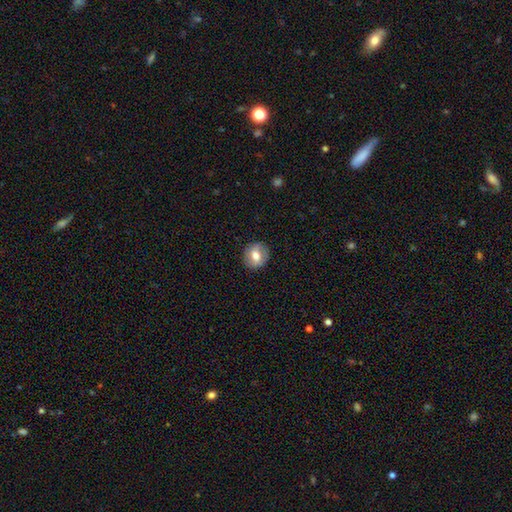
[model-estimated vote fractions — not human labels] Overall: smooth (63%; featured or disk 29%). How rounded: round (76%). Merging: none (86%).